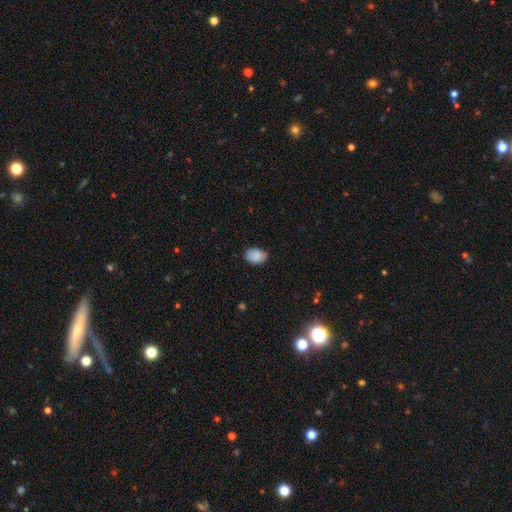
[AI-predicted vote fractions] The model was most divided on "how rounded": in between: 78%, round: 21%, cigar-shaped: 1%. More confident: smooth or featured — smooth (89%); merging — none (78%).